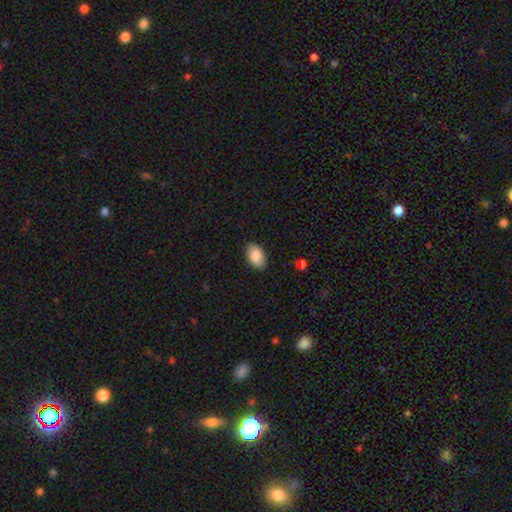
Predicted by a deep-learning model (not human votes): The model was most divided on "merging": none: 86%, minor disturbance: 11%, major disturbance: 2%, merger: 1%. More confident: how rounded — in between (92%); smooth or featured — smooth (85%).